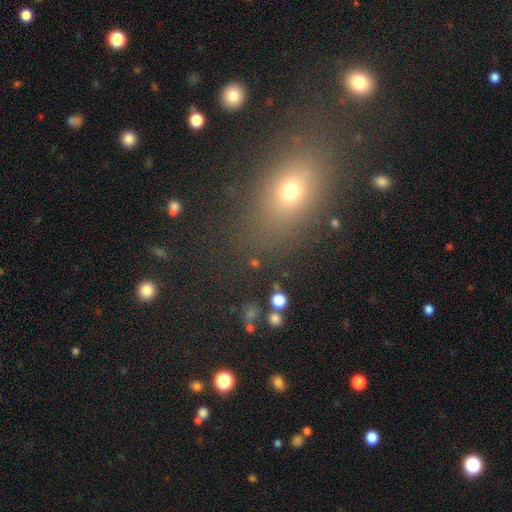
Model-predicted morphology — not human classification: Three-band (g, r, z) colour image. It shows a smooth galaxy with no disk features (58%) that is in between round and cigar-shaped (63%). Merging: none (82%).